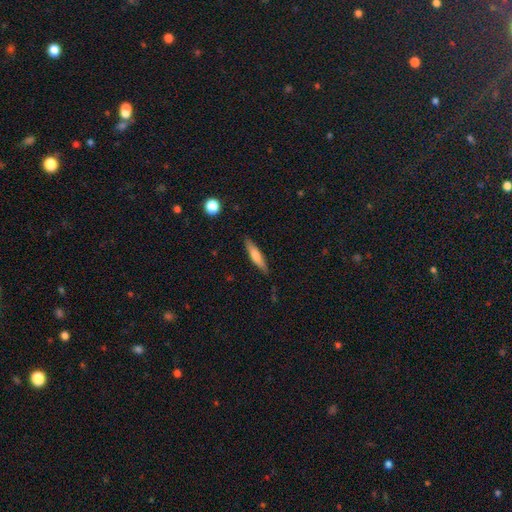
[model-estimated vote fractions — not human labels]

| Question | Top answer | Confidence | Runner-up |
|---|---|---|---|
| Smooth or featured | smooth | 65% | featured or disk (28%) |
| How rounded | cigar-shaped | 84% | in between (14%) |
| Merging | none | 86% | minor disturbance (11%) |